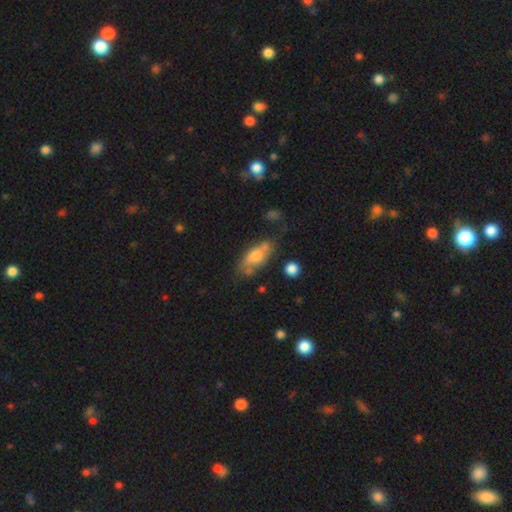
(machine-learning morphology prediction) Smooth or featured? smooth (59%)
How rounded? in between (75%)
Merging? none (60%)